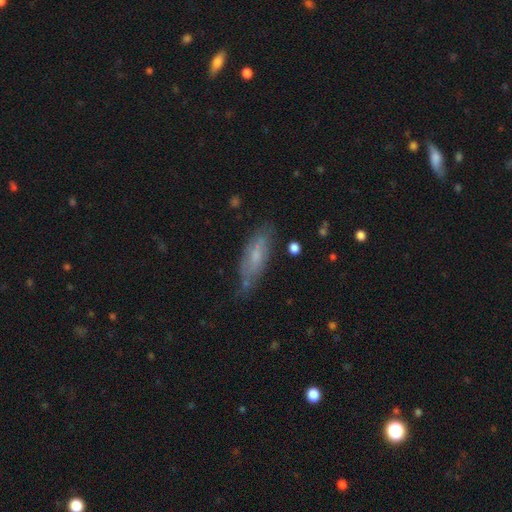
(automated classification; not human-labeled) smooth 51%, featured or disk 41%, star or artifact 8%. Down the decision tree: how rounded — in between (53%); merging — none (65%).